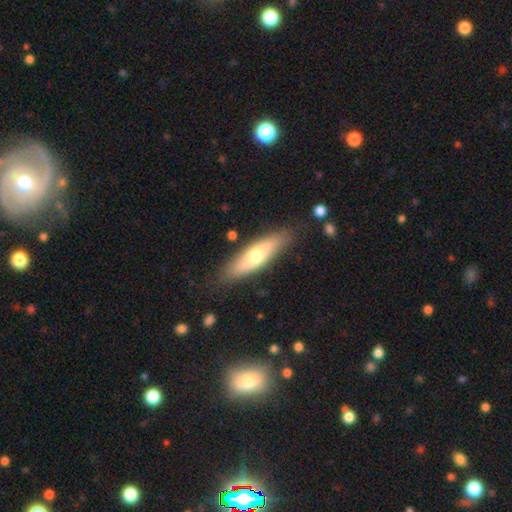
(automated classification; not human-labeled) Morphology: type=smooth (56%); roundness=cigar-shaped (61%); merging=none (84%).